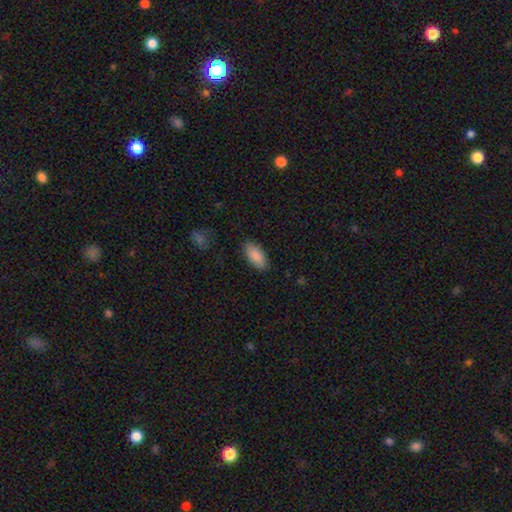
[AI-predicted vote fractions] This appears to be a smooth galaxy with no disk features (88%) that is in between round and cigar-shaped (90%). Merging: none (86%).